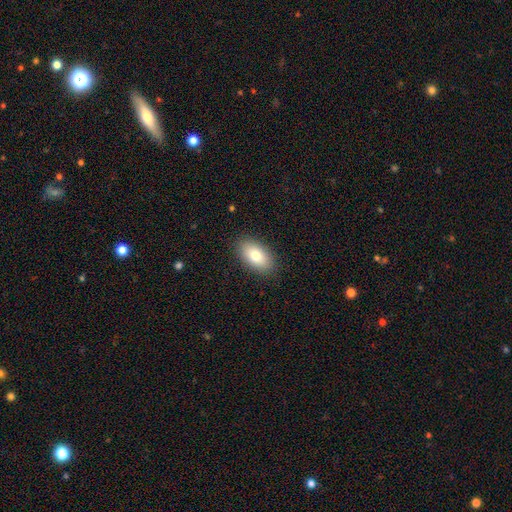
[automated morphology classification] This appears to be a smooth galaxy with no disk features (79%) that is in between round and cigar-shaped (93%). Merging: none (88%).